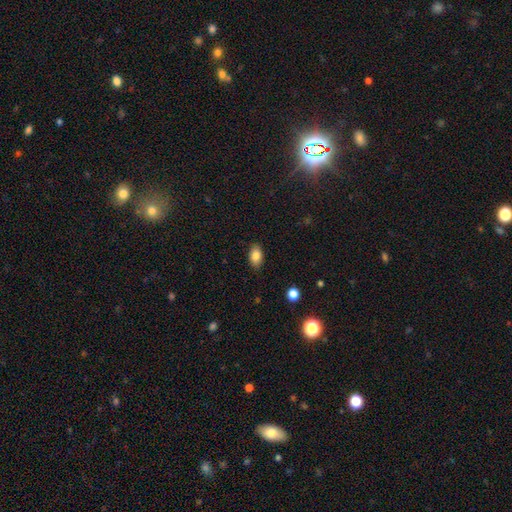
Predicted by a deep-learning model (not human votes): Q: Smooth or featured?
A: smooth (85%); runner-up: star or artifact (9%)
Q: How rounded?
A: in between (89%); runner-up: round (9%)
Q: Merging?
A: none (86%); runner-up: minor disturbance (10%)